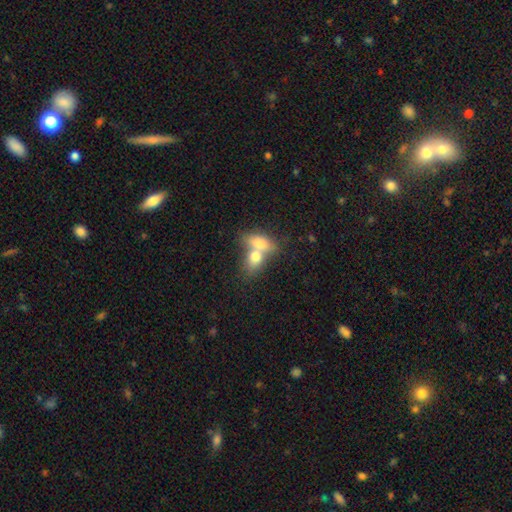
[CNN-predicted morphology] Smooth or featured?
  - smooth: 69% *
  - featured or disk: 22%
  - star or artifact: 9%
How rounded?
  - in between: 73% *
  - round: 17%
  - cigar-shaped: 10%
Merging?
  - merger: 65% *
  - none: 25%
  - minor disturbance: 6%
  - major disturbance: 4%